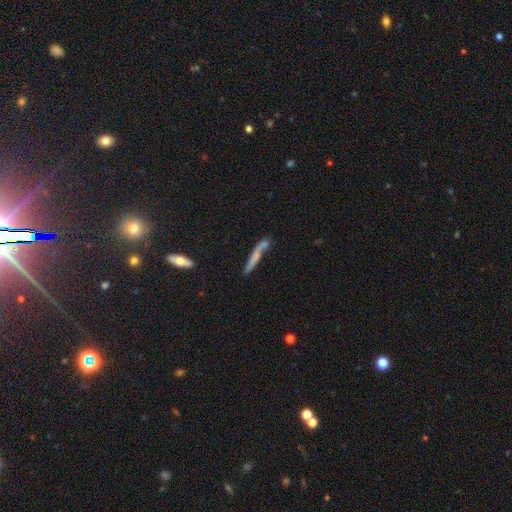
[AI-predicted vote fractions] smooth-or-featured: smooth: 50% | featured or disk: 42% | star or artifact: 9%
  merging: none: 61% | minor disturbance: 18% | merger: 14% | major disturbance: 7%